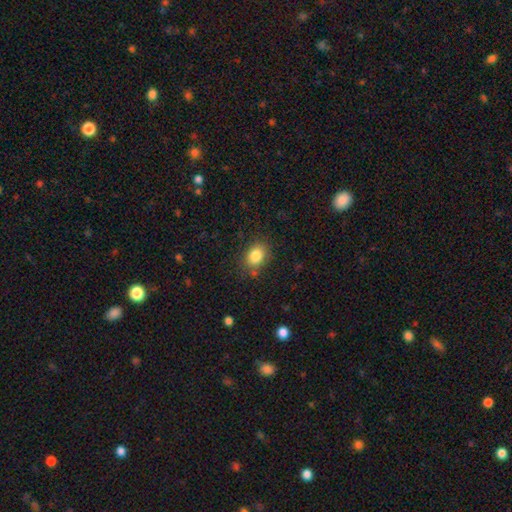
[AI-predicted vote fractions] smooth 84%, star or artifact 10%, featured or disk 7%. Down the decision tree: how rounded — in between (59%); merging — none (81%).